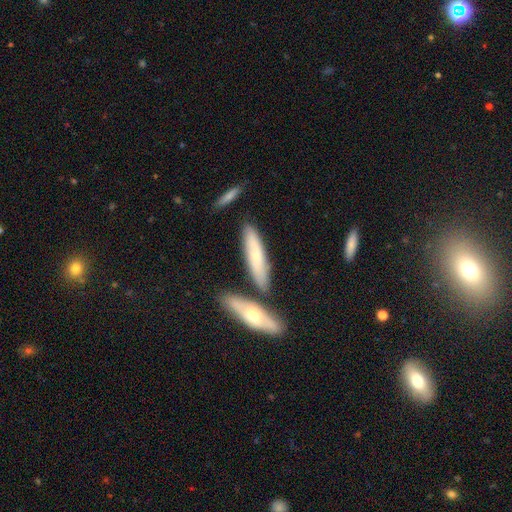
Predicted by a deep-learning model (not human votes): The model was most divided on "smooth or featured": smooth: 59%, featured or disk: 35%, star or artifact: 6%. More confident: how rounded — cigar-shaped (75%); merging — none (74%).